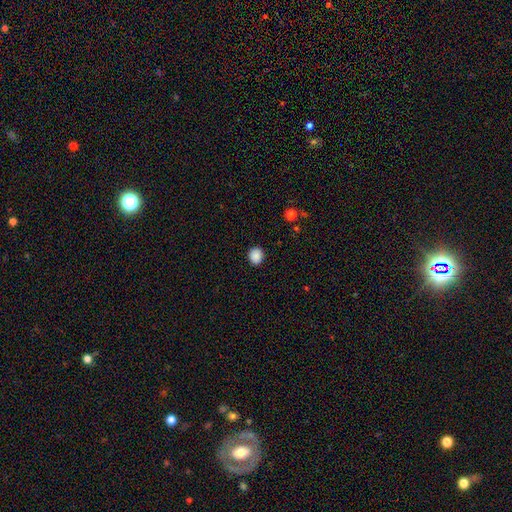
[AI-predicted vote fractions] smooth_or_featured: smooth (p=0.88) [alt: star or artifact p=0.10]
how_rounded: round (p=0.79) [alt: in between p=0.20]
merging: none (p=0.90) [alt: minor disturbance p=0.07]